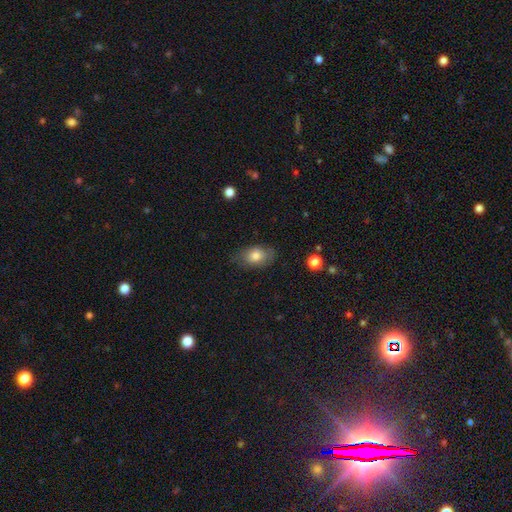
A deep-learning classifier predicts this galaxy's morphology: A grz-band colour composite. It shows a smooth galaxy with no disk features (78%) that is in between round and cigar-shaped (84%). Merging: none (74%).